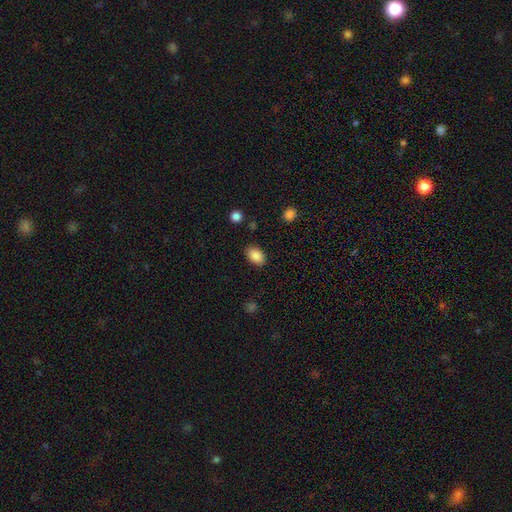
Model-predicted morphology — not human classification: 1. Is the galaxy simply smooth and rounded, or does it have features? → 88% smooth, 8% star or artifact, 4% featured or disk.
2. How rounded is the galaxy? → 86% in between, 13% round, 1% cigar-shaped.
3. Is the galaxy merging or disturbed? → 86% none, 10% minor disturbance, 3% major disturbance, 2% merger.